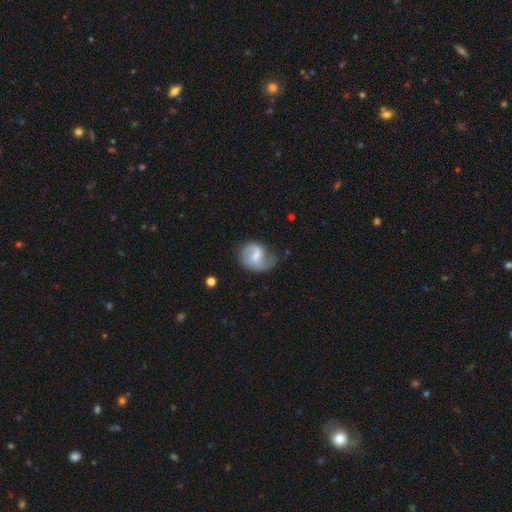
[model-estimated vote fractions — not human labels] Smooth or featured? featured or disk (68%)
Edge-on disk? no (98%)
Bar? weak (56%)
Spiral arms? yes (88%)
Spiral winding? medium (43%)
Spiral arm count? 2 (67%)
Bulge size? small (43%)
Merging? none (48%)